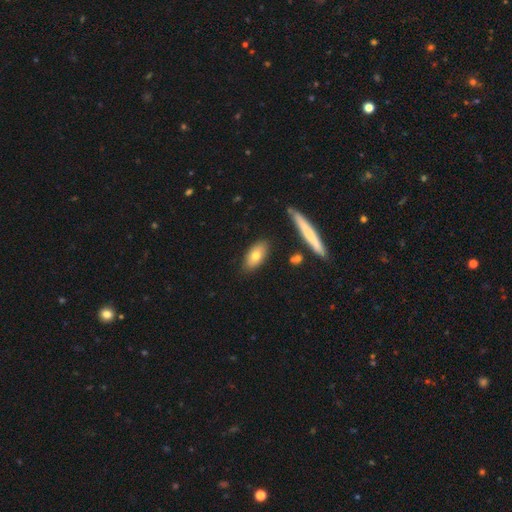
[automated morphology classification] Smooth or featured? Predicted: smooth (p=0.72). How rounded? Predicted: in between (p=0.83). Merging? Predicted: none (p=0.84).